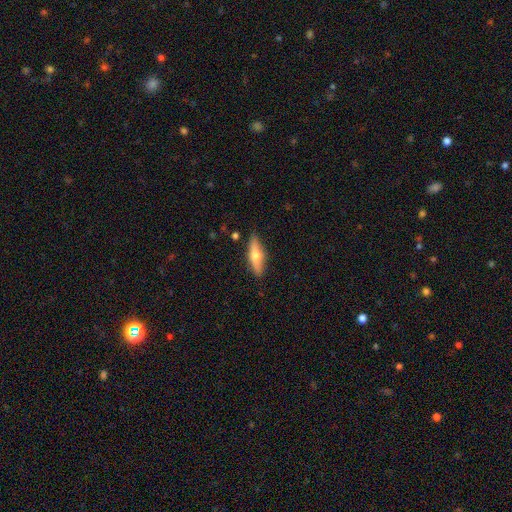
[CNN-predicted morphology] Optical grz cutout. It shows a featured or disk galaxy (49%). Merging: none (85%).